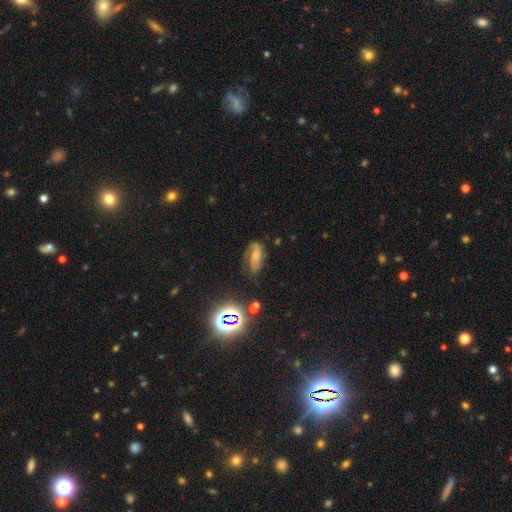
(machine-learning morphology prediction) A featured or disk galaxy (57%) with no bar (56%), spiral arms (88%) and a small central bulge (33%).

Vote fractions:
- Smooth or featured? featured or disk: 57% / smooth: 27% / star or artifact: 16%
- Edge-on disk? no: 94% / yes: 6%
- Bar? no: 56% / weak: 32% / strong: 12%
- Spiral arms? yes: 88% / no: 12%
- Bulge size? small: 33% / moderate: 32% / none: 23% / large: 10% / dominant: 2%
- Merging? none: 55% / minor disturbance: 25% / major disturbance: 17% / merger: 3%